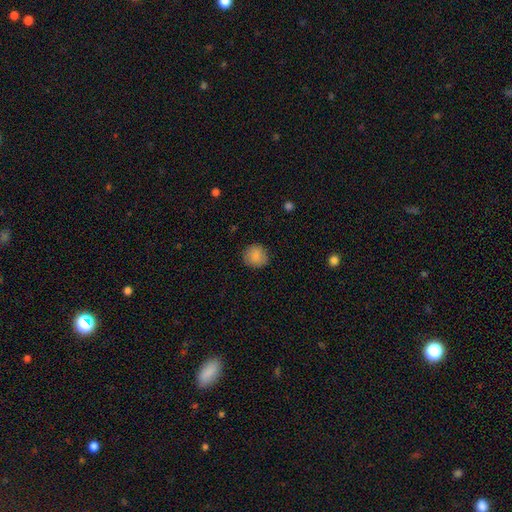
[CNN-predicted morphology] Smooth or featured?
  - smooth: 86% *
  - star or artifact: 8%
  - featured or disk: 7%
How rounded?
  - round: 90% *
  - in between: 9%
  - cigar-shaped: 1%
Merging?
  - none: 86% *
  - minor disturbance: 10%
  - major disturbance: 2%
  - merger: 1%